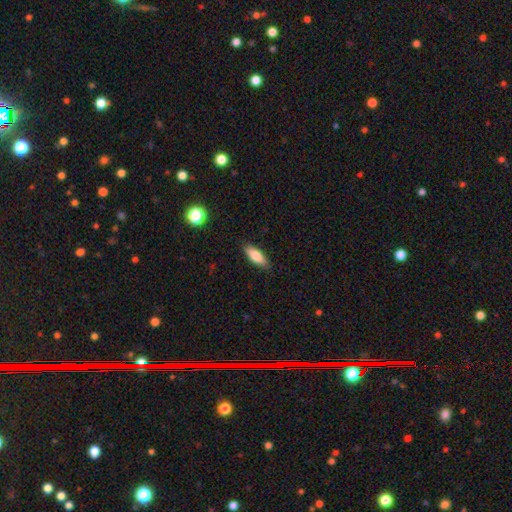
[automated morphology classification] A smooth galaxy with no disk features (78%) that is in between round and cigar-shaped (63%). Merging: none (87%).